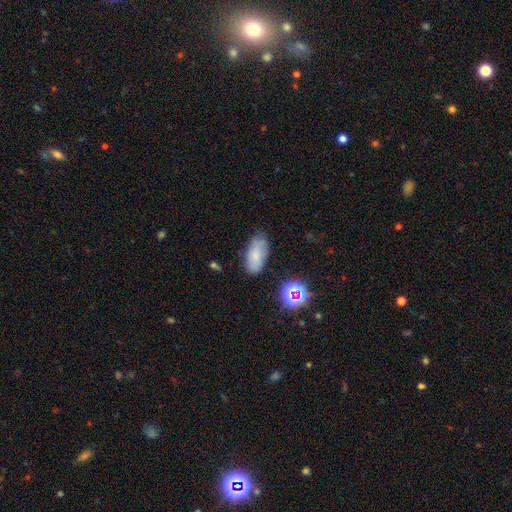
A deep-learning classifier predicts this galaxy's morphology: Smooth or featured: smooth — 75% (featured or disk — 14%)
How rounded: in between — 91% (cigar-shaped — 5%)
Merging: none — 71% (minor disturbance — 21%)